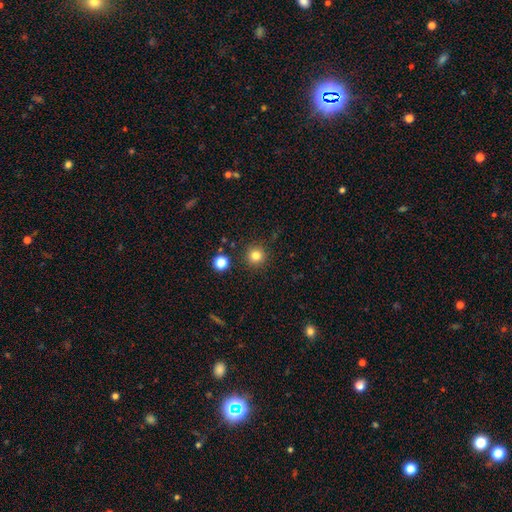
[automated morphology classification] A smooth galaxy with no disk features (81%) that is round (95%).

Vote fractions:
- Smooth or featured? smooth: 81% / star or artifact: 13% / featured or disk: 6%
- How rounded? round: 95% / in between: 4% / cigar-shaped: 1%
- Merging? none: 90% / minor disturbance: 6% / merger: 2% / major disturbance: 2%